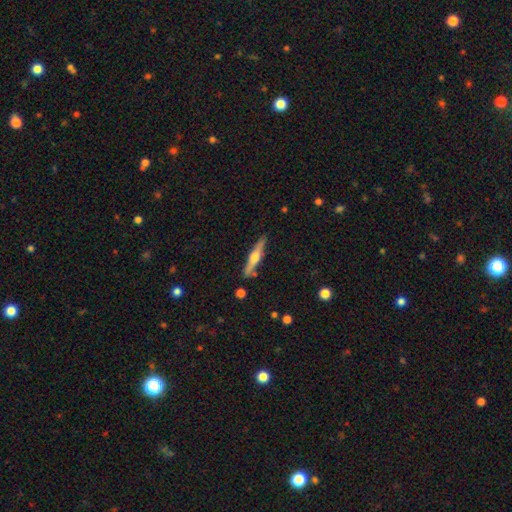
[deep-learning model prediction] Smooth or featured: featured or disk — 68% (smooth — 26%)
Edge-on disk: yes — 96% (no — 4%)
Edge-on bulge: rounded — 91% (boxy — 5%)
Merging: none — 87% (minor disturbance — 9%)